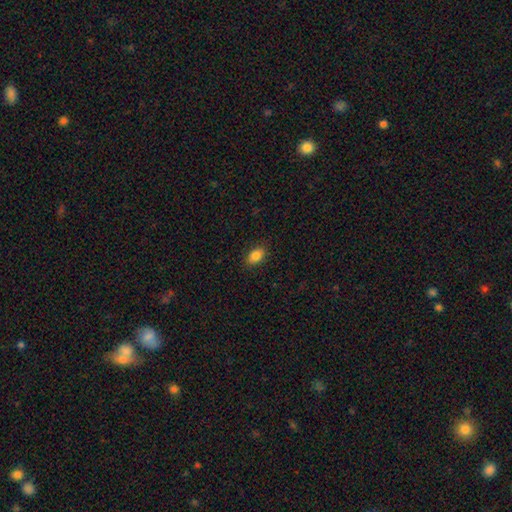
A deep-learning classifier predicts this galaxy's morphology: smooth-or-featured: smooth: 86% | star or artifact: 9% | featured or disk: 5%
  how-rounded: in between: 84% | round: 14% | cigar-shaped: 2%
  merging: none: 87% | minor disturbance: 9% | major disturbance: 2% | merger: 1%